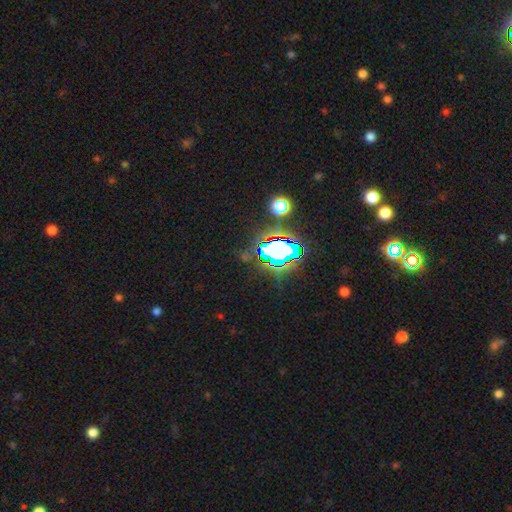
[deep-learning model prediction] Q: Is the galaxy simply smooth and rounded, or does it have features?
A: star or artifact — 82%.